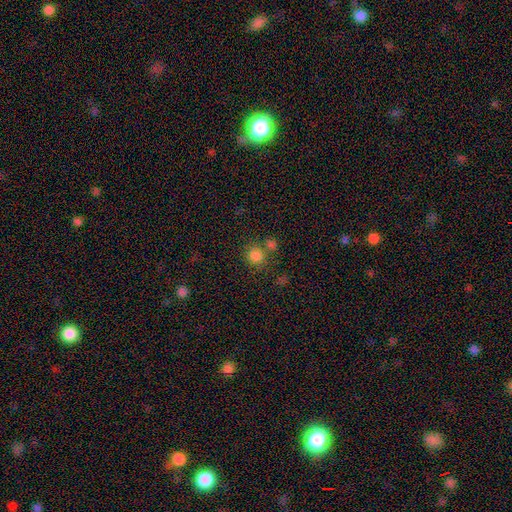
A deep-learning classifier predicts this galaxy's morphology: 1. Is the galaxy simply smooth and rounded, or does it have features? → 81% smooth, 14% star or artifact, 5% featured or disk.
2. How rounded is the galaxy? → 89% round, 10% in between, 1% cigar-shaped.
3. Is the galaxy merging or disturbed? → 67% none, 20% merger, 9% minor disturbance, 4% major disturbance.